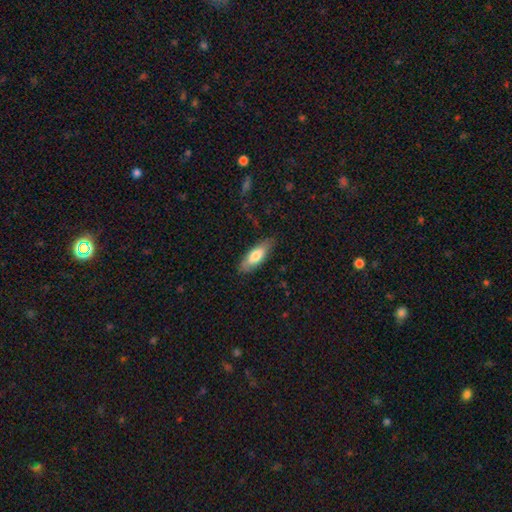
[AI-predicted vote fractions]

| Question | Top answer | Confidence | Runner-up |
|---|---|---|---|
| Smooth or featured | smooth | 74% | featured or disk (20%) |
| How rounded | in between | 67% | cigar-shaped (31%) |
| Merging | none | 82% | minor disturbance (14%) |